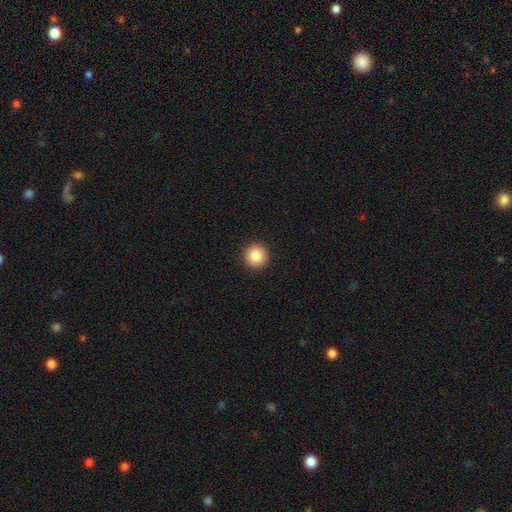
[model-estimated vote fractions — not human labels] Smooth or featured?
  - smooth: 87% *
  - star or artifact: 9%
  - featured or disk: 4%
How rounded?
  - round: 95% *
  - in between: 4%
  - cigar-shaped: 1%
Merging?
  - none: 93% *
  - minor disturbance: 4%
  - major disturbance: 2%
  - merger: 1%